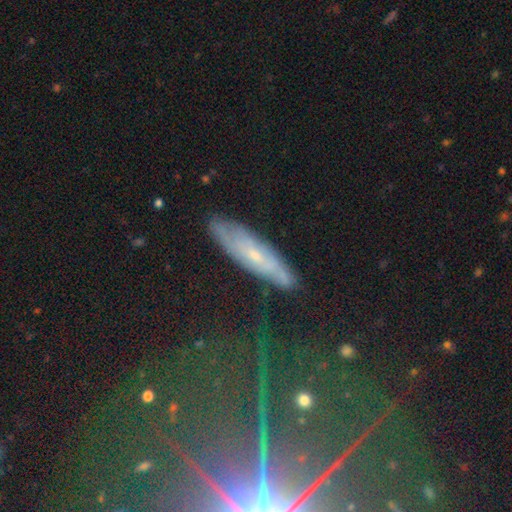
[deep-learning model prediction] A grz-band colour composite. It shows a featured or disk galaxy (58%). Merging: none (80%).